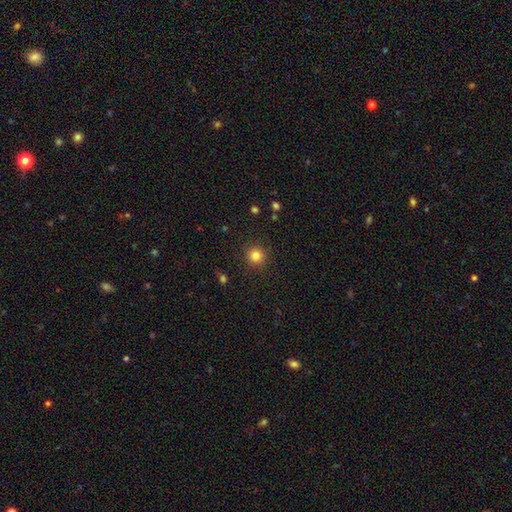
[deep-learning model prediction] Smooth or featured?
  - smooth: 83% *
  - star or artifact: 12%
  - featured or disk: 5%
How rounded?
  - round: 94% *
  - in between: 5%
  - cigar-shaped: 1%
Merging?
  - none: 91% *
  - minor disturbance: 6%
  - major disturbance: 2%
  - merger: 1%